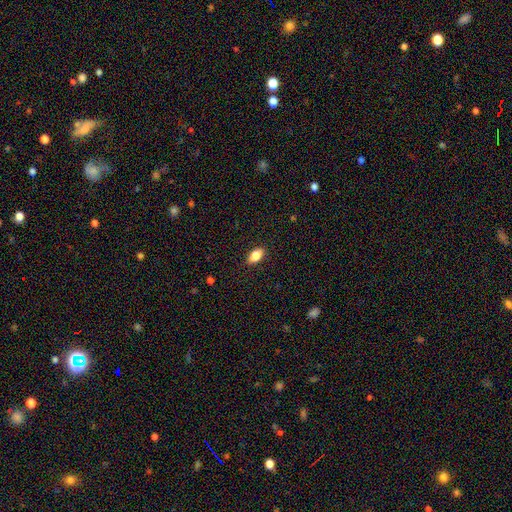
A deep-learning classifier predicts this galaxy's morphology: Q: Smooth or featured?
A: smooth (81%); runner-up: featured or disk (11%)
Q: How rounded?
A: in between (88%); runner-up: cigar-shaped (6%)
Q: Merging?
A: none (88%); runner-up: minor disturbance (9%)